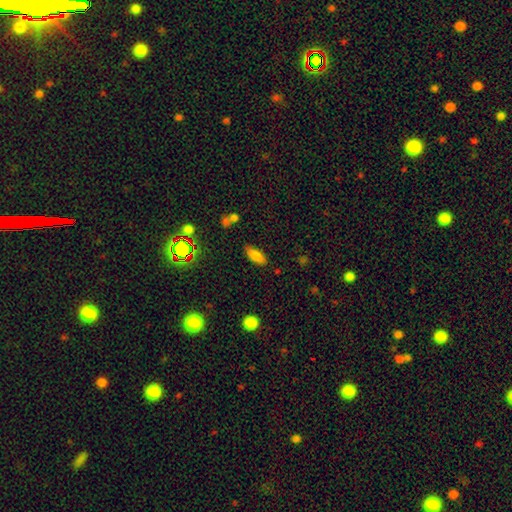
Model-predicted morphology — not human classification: Smooth or featured: smooth — 81% (star or artifact — 11%)
How rounded: in between — 81% (cigar-shaped — 17%)
Merging: none — 82% (minor disturbance — 12%)